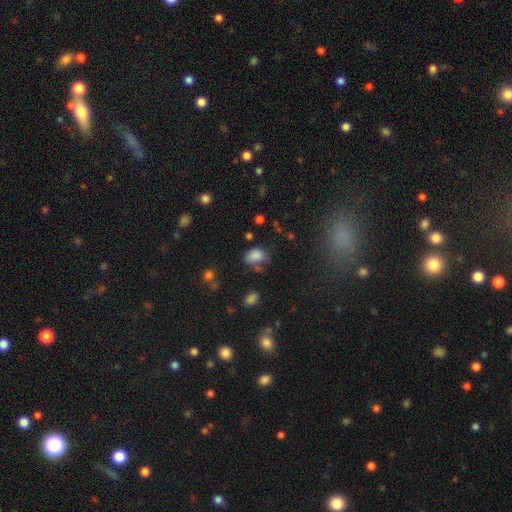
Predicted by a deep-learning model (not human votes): The model was most divided on "merging": none: 51%, minor disturbance: 29%, major disturbance: 13%, merger: 8%. More confident: smooth or featured — smooth (81%); how rounded — in between (75%).